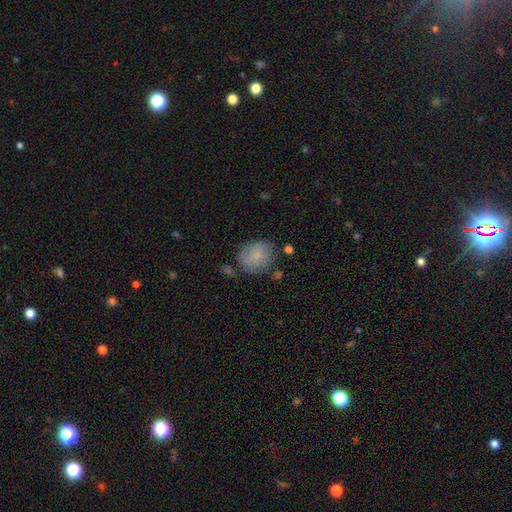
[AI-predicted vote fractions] Smooth or featured? smooth (77%)
How rounded? round (60%)
Merging? none (69%)